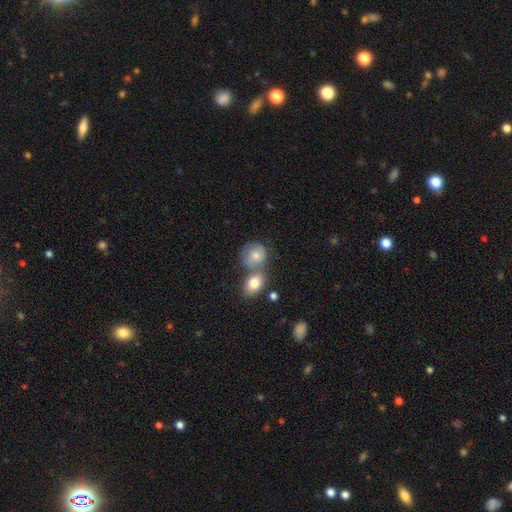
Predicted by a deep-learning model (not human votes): smooth_or_featured: smooth (p=0.74) [alt: featured or disk p=0.18]
how_rounded: round (p=0.72) [alt: in between p=0.27]
merging: merger (p=0.42) [alt: none p=0.38]